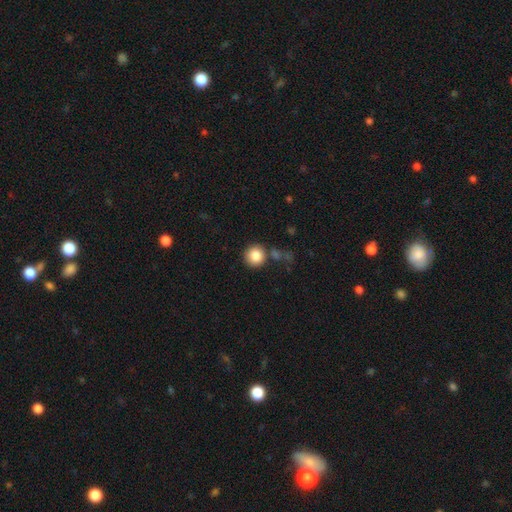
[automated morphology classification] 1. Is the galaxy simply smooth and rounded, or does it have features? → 85% smooth, 9% star or artifact, 6% featured or disk.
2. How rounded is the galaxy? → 93% round, 6% in between, 1% cigar-shaped.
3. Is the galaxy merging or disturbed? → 79% none, 10% minor disturbance, 8% merger, 4% major disturbance.